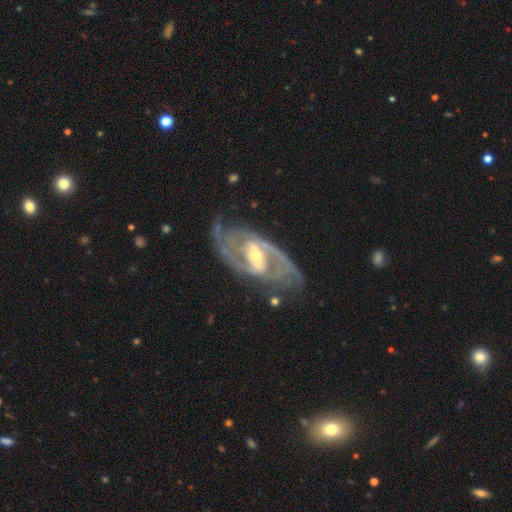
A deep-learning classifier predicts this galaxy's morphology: featured or disk 92%, star or artifact 4%, smooth 4%. Down the decision tree: edge-on disk — no (96%); bar — strong (55%); spiral arms — yes (97%); spiral arm count — 2 (85%); spiral winding — medium (54%); bulge size — moderate (50%); merging — none (70%).